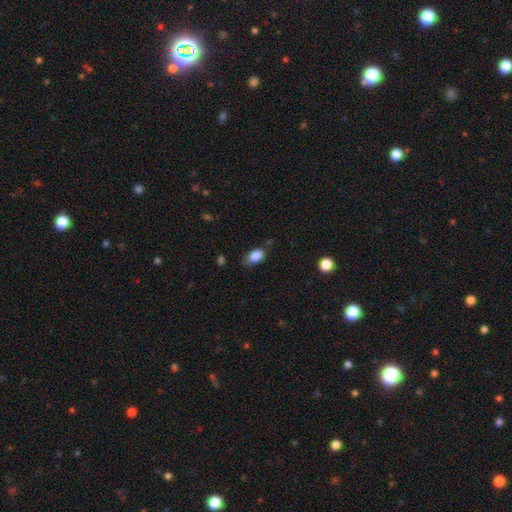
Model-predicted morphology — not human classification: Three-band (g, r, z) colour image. It shows a smooth galaxy with no disk features (86%) that is in between round and cigar-shaped (89%). Merging: none (64%).